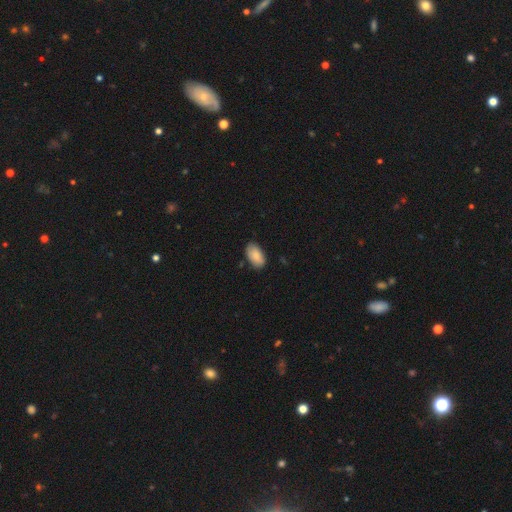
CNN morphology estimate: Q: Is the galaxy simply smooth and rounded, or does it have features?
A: smooth — 84%.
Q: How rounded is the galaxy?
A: in between — 95%.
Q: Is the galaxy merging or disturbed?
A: none — 79%.